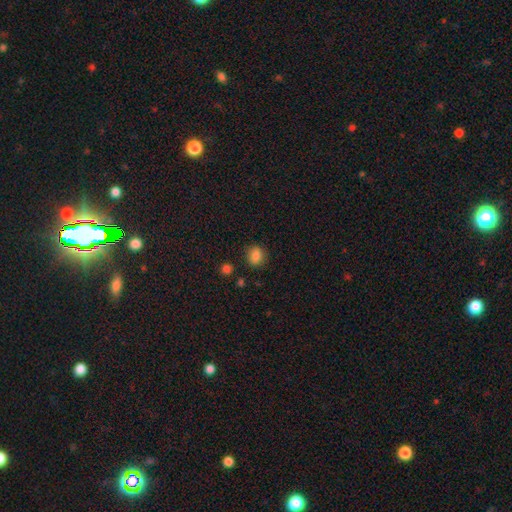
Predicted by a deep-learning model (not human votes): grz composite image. It shows a smooth galaxy with no disk features (84%) that is round (65%). Merging: none (84%).